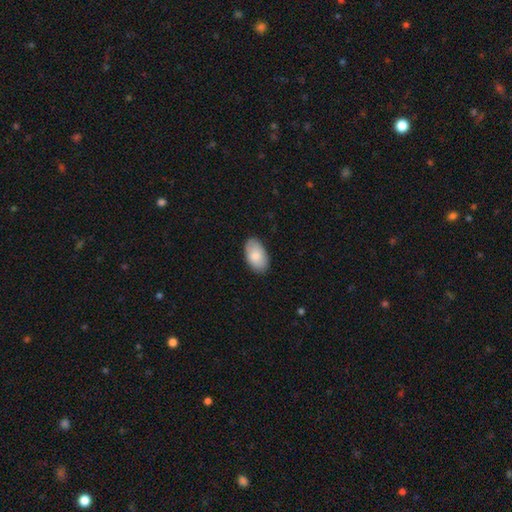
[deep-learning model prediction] This is clearly a smooth galaxy (84%). How rounded: clearly in between (95%). Merging: clearly none (85%).